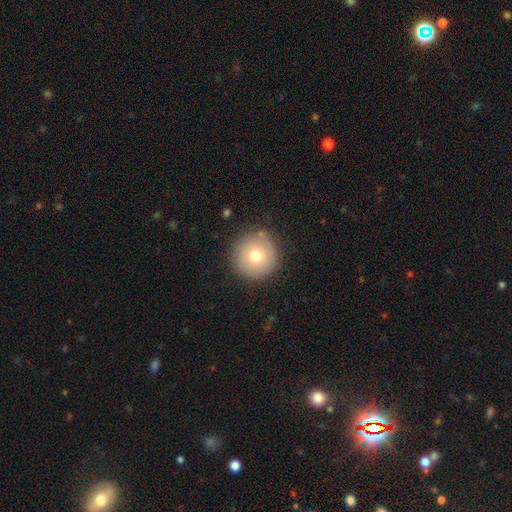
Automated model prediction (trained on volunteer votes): smooth 74%, featured or disk 16%, star or artifact 10%. Down the decision tree: how rounded — round (96%); merging — none (87%).